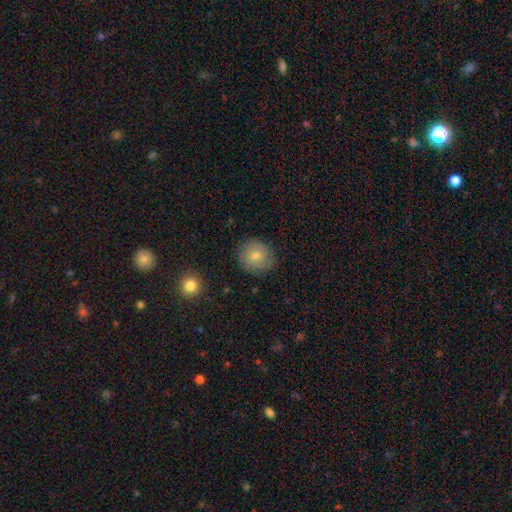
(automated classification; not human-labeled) smooth-or-featured: smooth: 77% | featured or disk: 14% | star or artifact: 9%
  how-rounded: round: 90% | in between: 9% | cigar-shaped: 1%
  merging: none: 81% | minor disturbance: 14% | major disturbance: 3% | merger: 1%